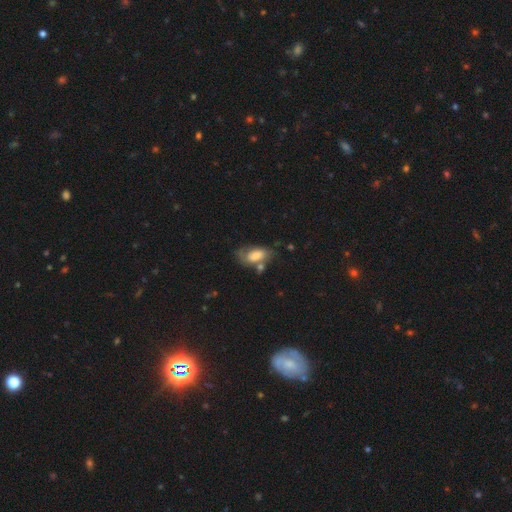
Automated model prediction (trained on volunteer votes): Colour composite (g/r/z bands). It shows a smooth galaxy with no disk features (61%) that is in between round and cigar-shaped (90%). Merging: none (39%).